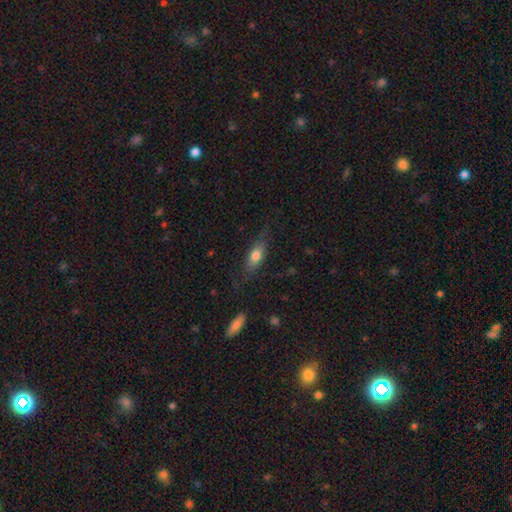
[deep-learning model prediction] This is likely a smooth galaxy (72%). How rounded: likely in between (75%). Merging: likely none (72%).